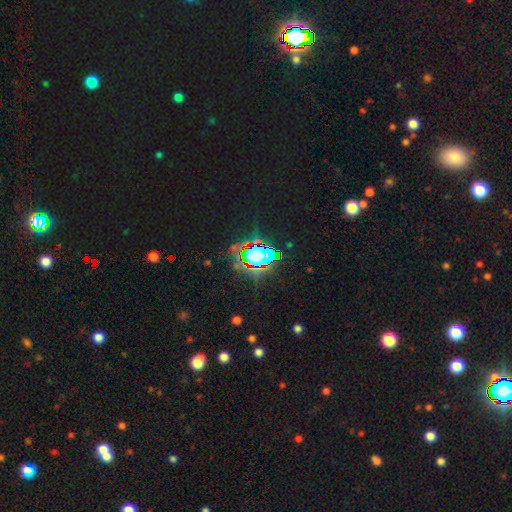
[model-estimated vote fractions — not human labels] star or artifact 65%, smooth 21%, featured or disk 14%.